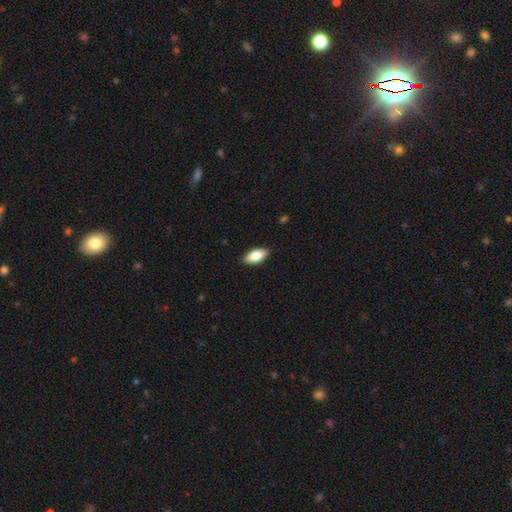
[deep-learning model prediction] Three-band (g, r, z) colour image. It shows a smooth galaxy with no disk features (82%) that is in between round and cigar-shaped (89%). Merging: none (89%).